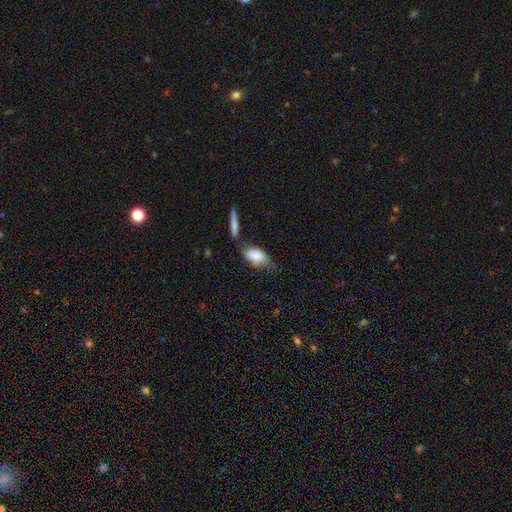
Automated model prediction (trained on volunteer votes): Smooth or featured? Predicted: smooth (p=0.80). How rounded? Predicted: in between (p=0.88). Merging? Predicted: none (p=0.41).